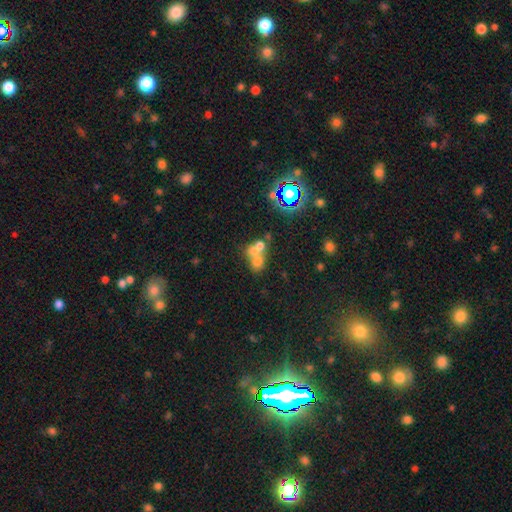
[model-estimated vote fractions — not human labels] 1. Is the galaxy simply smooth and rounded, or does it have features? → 56% smooth, 24% featured or disk, 20% star or artifact.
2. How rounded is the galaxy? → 65% round, 34% in between, 2% cigar-shaped.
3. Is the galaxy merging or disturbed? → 65% merger, 25% none, 6% minor disturbance, 4% major disturbance.